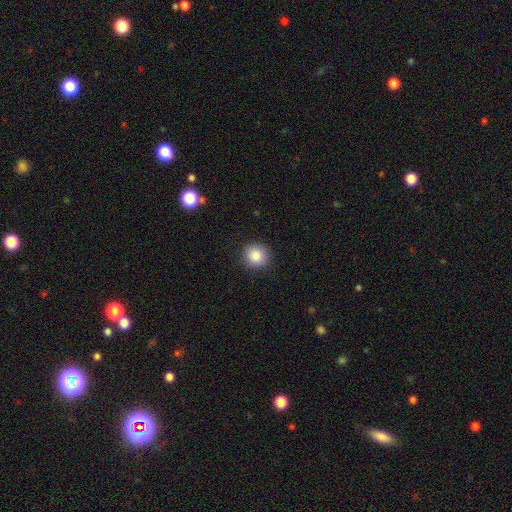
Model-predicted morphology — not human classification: smooth_or_featured: smooth (p=0.87) [alt: star or artifact p=0.09]
how_rounded: round (p=0.90) [alt: in between p=0.09]
merging: none (p=0.90) [alt: minor disturbance p=0.07]